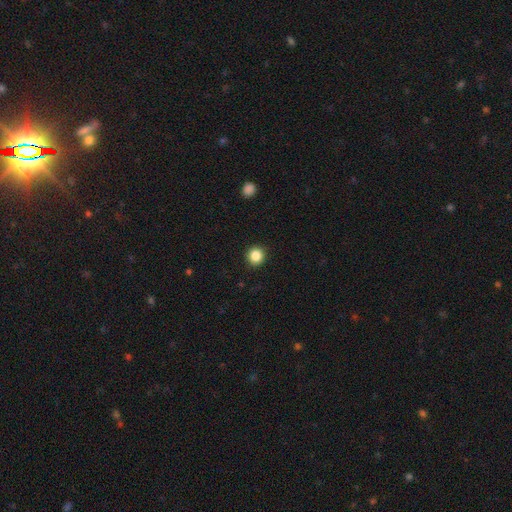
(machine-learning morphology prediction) This is clearly a smooth galaxy (86%). How rounded: clearly round (93%). Merging: clearly none (92%).